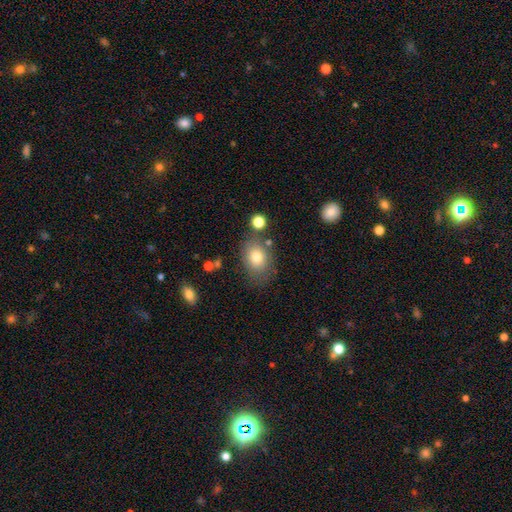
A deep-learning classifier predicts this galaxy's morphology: Smooth or featured? Predicted: smooth (p=0.76). How rounded? Predicted: in between (p=0.60). Merging? Predicted: none (p=0.71).